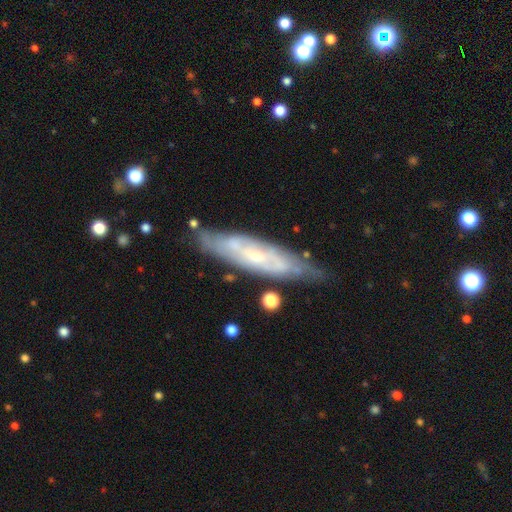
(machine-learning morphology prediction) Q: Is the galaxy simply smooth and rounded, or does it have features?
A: featured or disk — 71%.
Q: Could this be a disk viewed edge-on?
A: no — 64%.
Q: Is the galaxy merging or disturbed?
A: none — 71%.